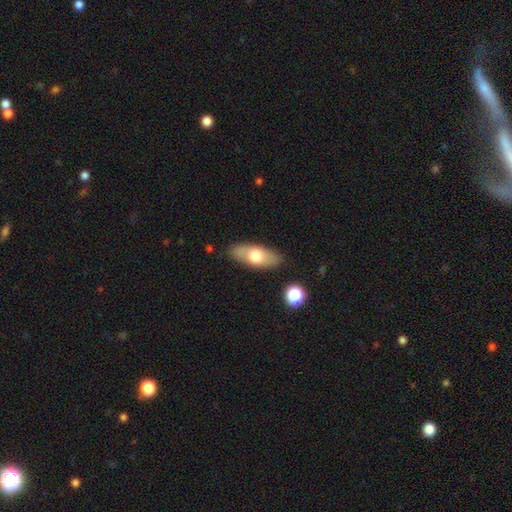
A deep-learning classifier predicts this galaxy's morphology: smooth-or-featured: smooth: 60% | featured or disk: 33% | star or artifact: 6%
  how-rounded: in between: 78% | cigar-shaped: 18% | round: 4%
  merging: none: 83% | minor disturbance: 12% | major disturbance: 3% | merger: 2%